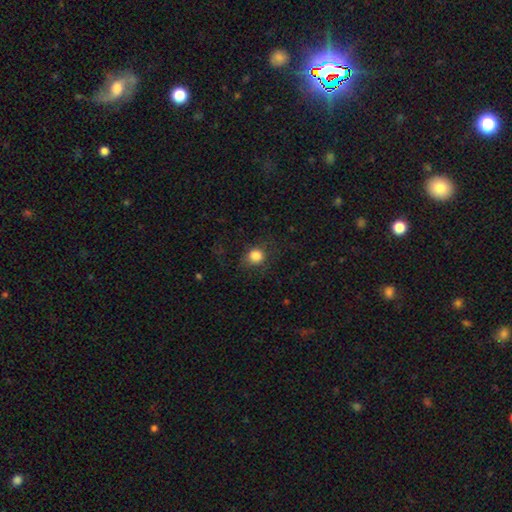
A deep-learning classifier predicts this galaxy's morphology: smooth_or_featured: smooth (p=0.83) [alt: star or artifact p=0.11]
how_rounded: round (p=0.84) [alt: in between p=0.15]
merging: none (p=0.75) [alt: minor disturbance p=0.15]